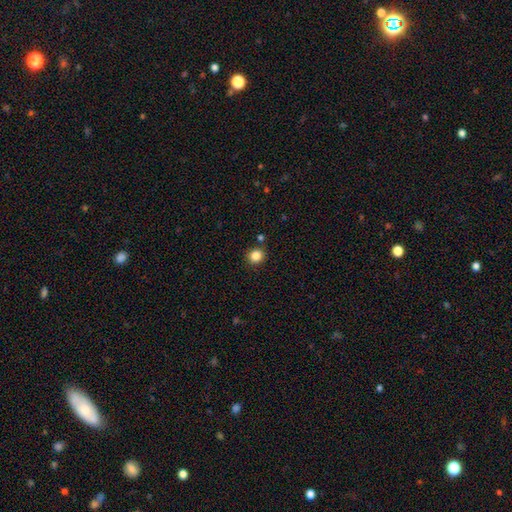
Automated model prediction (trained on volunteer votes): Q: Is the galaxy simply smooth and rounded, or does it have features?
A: smooth — 85%.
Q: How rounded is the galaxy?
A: round — 86%.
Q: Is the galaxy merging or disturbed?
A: none — 88%.